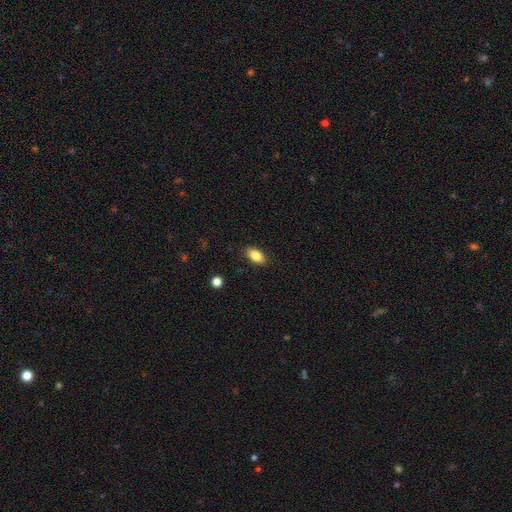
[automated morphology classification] This appears to be a smooth galaxy with no disk features (84%) that is in between round and cigar-shaped (89%). Merging: none (87%).